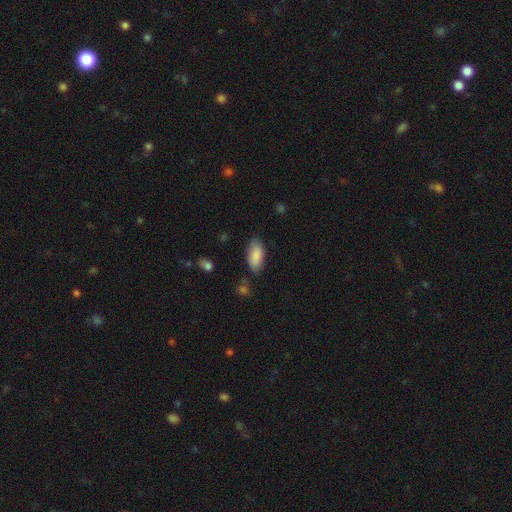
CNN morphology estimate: A smooth galaxy with no disk features (88%) that is in between round and cigar-shaped (91%). Merging: none (77%).